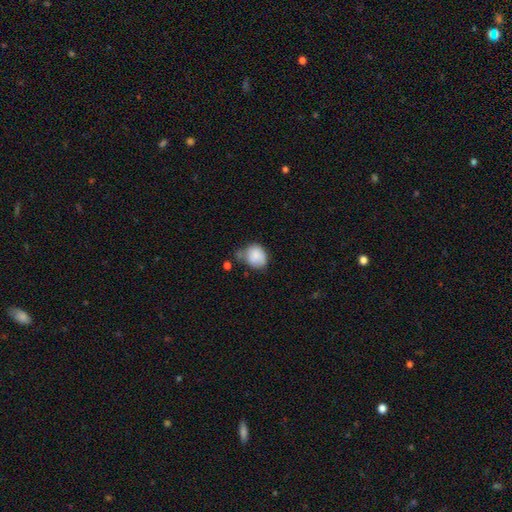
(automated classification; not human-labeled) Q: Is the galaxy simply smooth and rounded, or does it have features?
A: smooth — 82%.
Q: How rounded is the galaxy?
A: round — 58%.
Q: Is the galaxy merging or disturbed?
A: none — 40%.